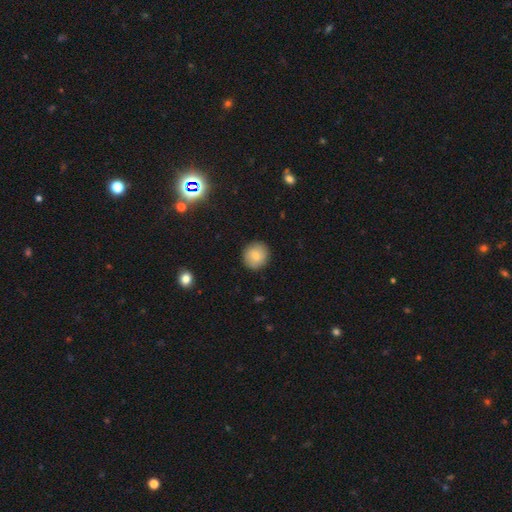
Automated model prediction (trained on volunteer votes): smooth_or_featured: smooth (p=0.84) [alt: featured or disk p=0.09]
how_rounded: round (p=0.91) [alt: in between p=0.08]
merging: none (p=0.90) [alt: minor disturbance p=0.07]